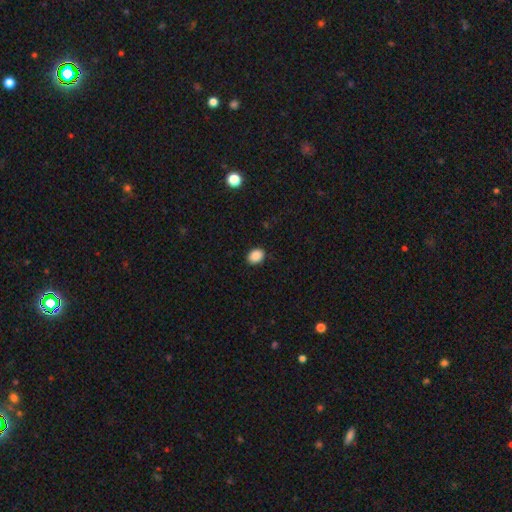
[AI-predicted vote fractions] The model was most divided on "how rounded": in between: 65%, round: 34%, cigar-shaped: 1%. More confident: smooth or featured — smooth (89%); merging — none (88%).